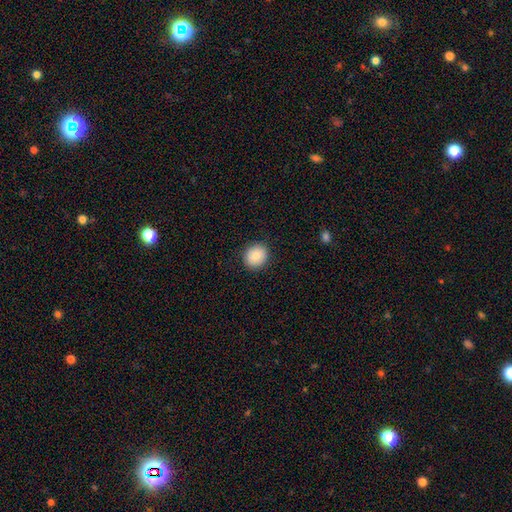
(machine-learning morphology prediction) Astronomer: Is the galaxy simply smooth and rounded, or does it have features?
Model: smooth — 84%.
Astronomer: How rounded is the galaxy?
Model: round — 80%.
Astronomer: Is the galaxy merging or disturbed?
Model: none — 90%.